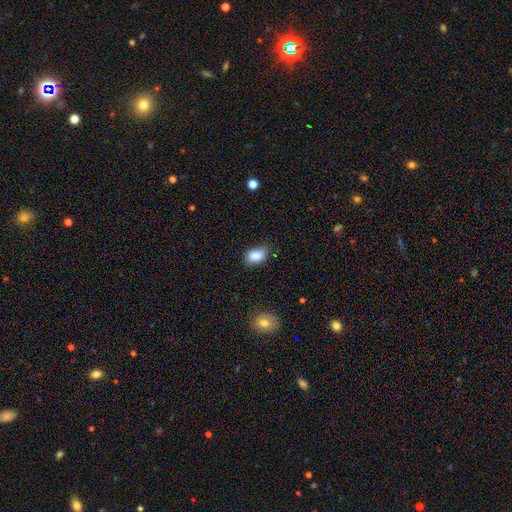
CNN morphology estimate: Smooth or featured: smooth — 86% (star or artifact — 8%)
How rounded: in between — 87% (round — 12%)
Merging: none — 74% (minor disturbance — 21%)